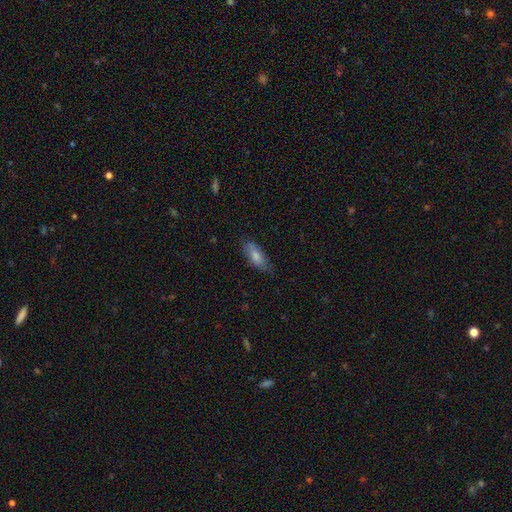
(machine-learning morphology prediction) A smooth galaxy with no disk features (79%) that is in between round and cigar-shaped (69%).

Vote fractions:
- Smooth or featured? smooth: 79% / featured or disk: 15% / star or artifact: 6%
- How rounded? in between: 69% / cigar-shaped: 29% / round: 2%
- Merging? none: 75% / minor disturbance: 20% / major disturbance: 4% / merger: 1%